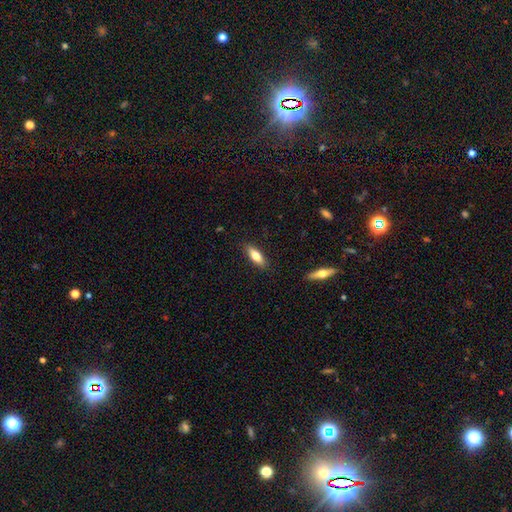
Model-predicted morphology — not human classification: Overall: smooth (73%). How rounded: in between (53%; cigar-shaped 45%). Merging: none (87%).